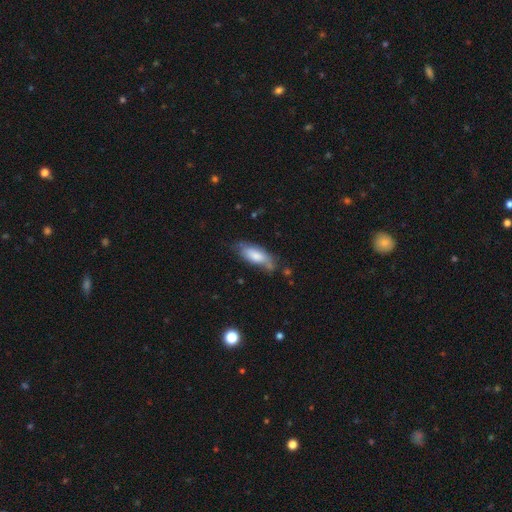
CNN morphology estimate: Smooth or featured? smooth (74%)
How rounded? in between (76%)
Merging? none (54%)